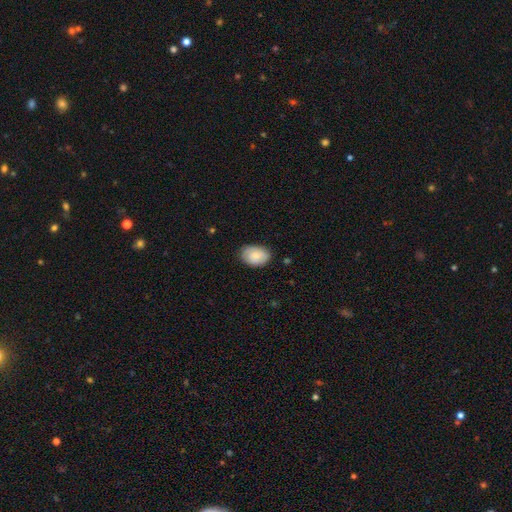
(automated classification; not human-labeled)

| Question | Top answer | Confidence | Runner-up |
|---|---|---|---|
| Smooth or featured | smooth | 80% | featured or disk (14%) |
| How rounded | in between | 85% | round (14%) |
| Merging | none | 80% | minor disturbance (17%) |